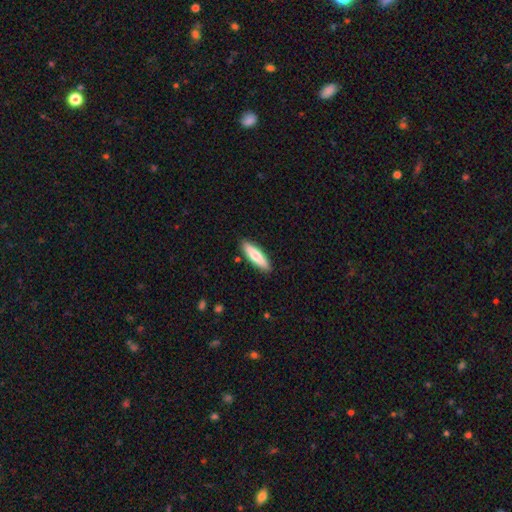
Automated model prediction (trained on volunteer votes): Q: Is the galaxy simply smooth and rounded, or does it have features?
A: smooth — 73%.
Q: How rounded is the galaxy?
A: cigar-shaped — 66%.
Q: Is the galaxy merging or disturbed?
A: none — 89%.